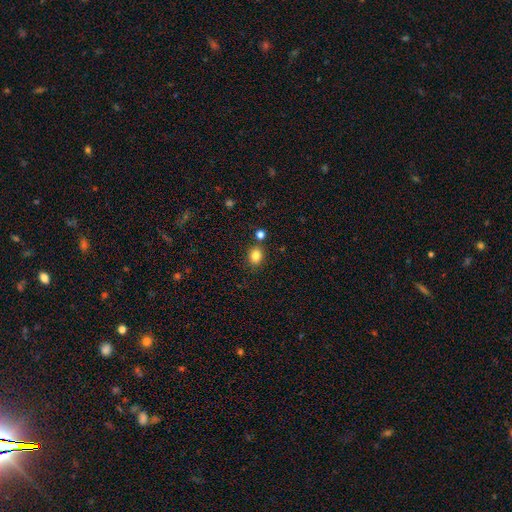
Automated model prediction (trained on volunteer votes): Smooth or featured?
  - smooth: 83% *
  - star or artifact: 12%
  - featured or disk: 6%
How rounded?
  - round: 54% *
  - in between: 45%
  - cigar-shaped: 1%
Merging?
  - none: 79% *
  - minor disturbance: 10%
  - merger: 8%
  - major disturbance: 3%